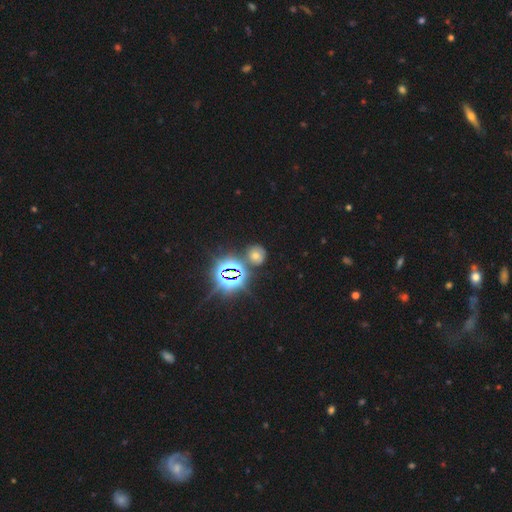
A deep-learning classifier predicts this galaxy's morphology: A star or artifact, not a galaxy (43%).

Vote fractions:
- Smooth or featured? star or artifact: 43% / smooth: 42% / featured or disk: 15%